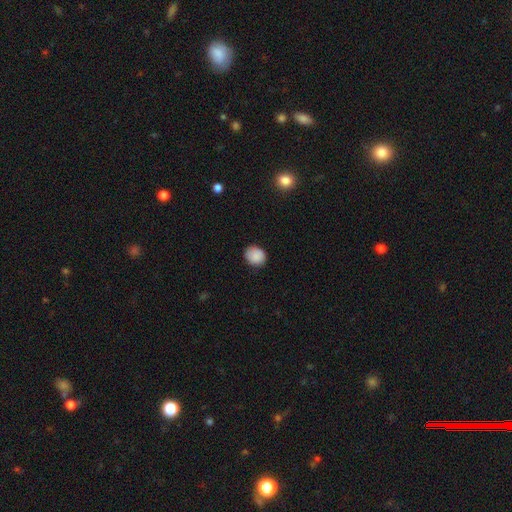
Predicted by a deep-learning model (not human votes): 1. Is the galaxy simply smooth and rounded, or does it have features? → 88% smooth, 8% star or artifact, 4% featured or disk.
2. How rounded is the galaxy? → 64% round, 35% in between, 1% cigar-shaped.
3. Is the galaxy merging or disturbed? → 83% none, 13% minor disturbance, 2% major disturbance, 1% merger.